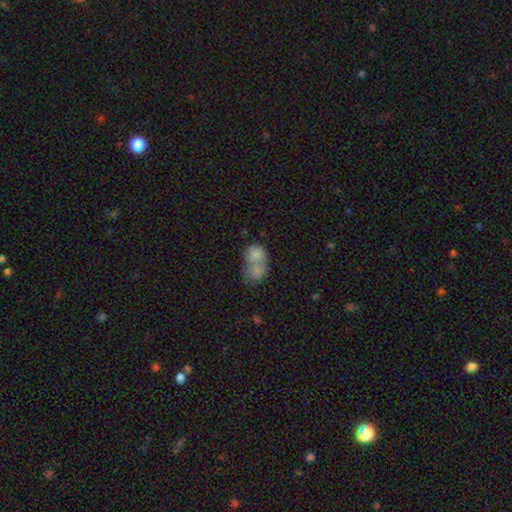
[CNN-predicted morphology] The model was most divided on "how rounded": in between: 56%, round: 43%, cigar-shaped: 1%. More confident: smooth or featured — smooth (77%); merging — merger (72%).